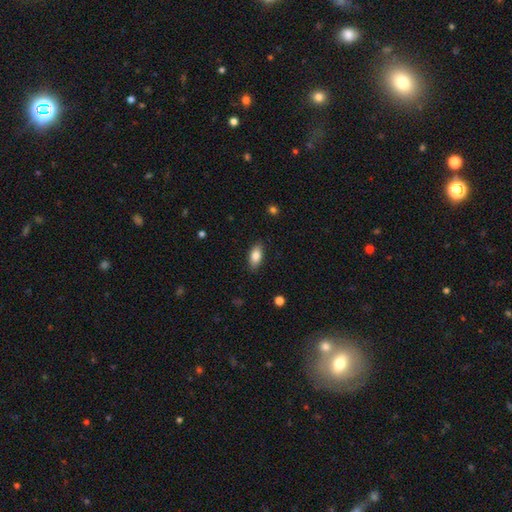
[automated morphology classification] The model was most divided on "smooth or featured": smooth: 84%, featured or disk: 9%, star or artifact: 7%. More confident: how rounded — in between (89%); merging — none (87%).